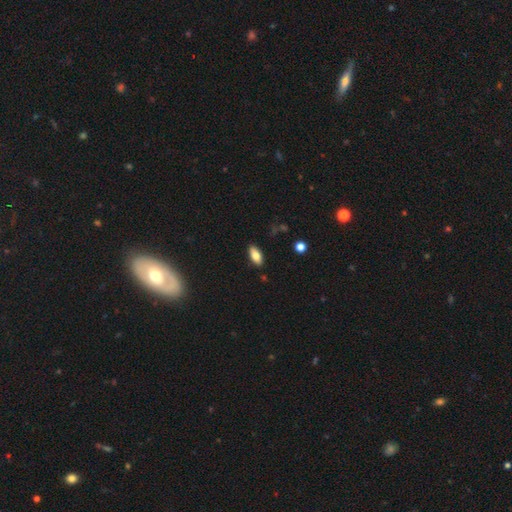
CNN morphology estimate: This appears to be a smooth galaxy with no disk features (78%) that is in between round and cigar-shaped (88%). Merging: none (87%).